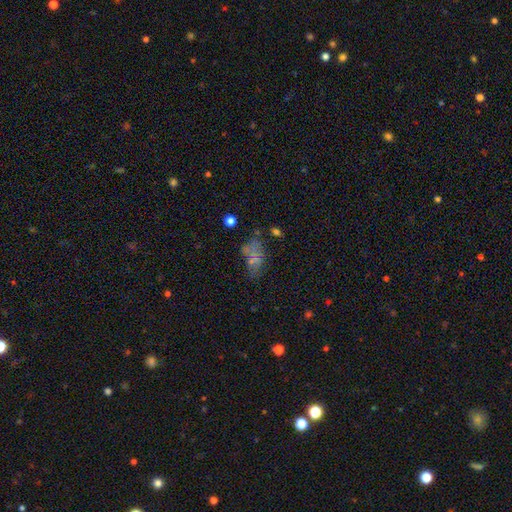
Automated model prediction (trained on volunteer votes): A smooth galaxy with no disk features (46%).

Vote fractions:
- Smooth or featured? smooth: 46% / featured or disk: 31% / star or artifact: 23%
- Merging? none: 42% / major disturbance: 24% / minor disturbance: 21% / merger: 13%